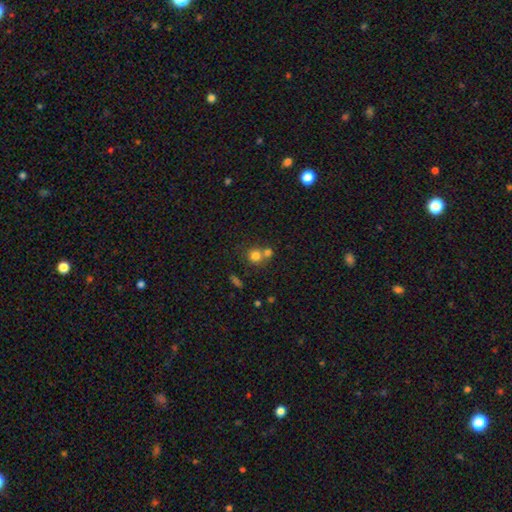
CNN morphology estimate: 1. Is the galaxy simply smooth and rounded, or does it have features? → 77% smooth, 12% star or artifact, 10% featured or disk.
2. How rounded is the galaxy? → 86% round, 13% in between, 1% cigar-shaped.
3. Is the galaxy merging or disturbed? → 47% none, 43% merger, 7% minor disturbance, 3% major disturbance.